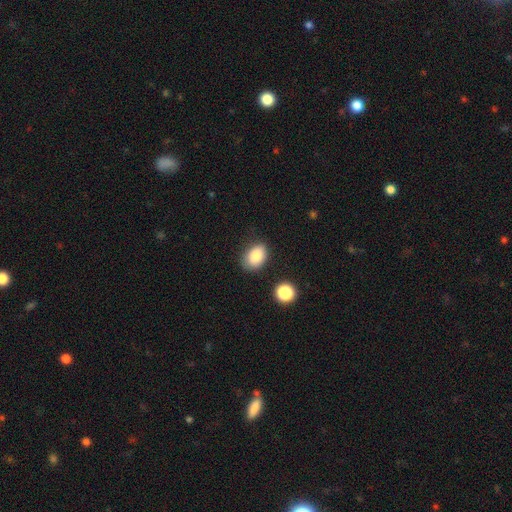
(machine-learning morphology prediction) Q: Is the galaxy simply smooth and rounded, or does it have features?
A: smooth — 85%.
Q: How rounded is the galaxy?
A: in between — 82%.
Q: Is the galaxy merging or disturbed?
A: none — 79%.